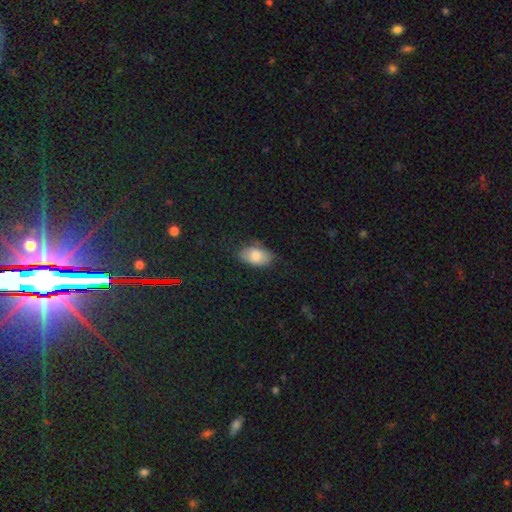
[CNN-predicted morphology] smooth_or_featured: smooth (p=0.81) [alt: featured or disk p=0.11]
how_rounded: in between (p=0.92) [alt: round p=0.06]
merging: none (p=0.66) [alt: minor disturbance p=0.26]